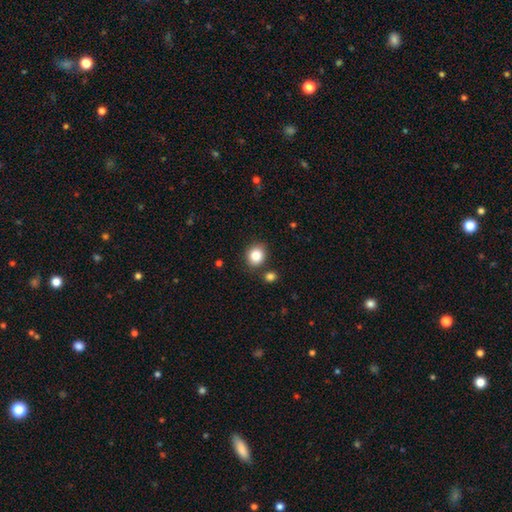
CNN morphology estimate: smooth_or_featured: smooth (p=0.85) [alt: star or artifact p=0.10]
how_rounded: round (p=0.74) [alt: in between p=0.25]
merging: none (p=0.82) [alt: minor disturbance p=0.09]